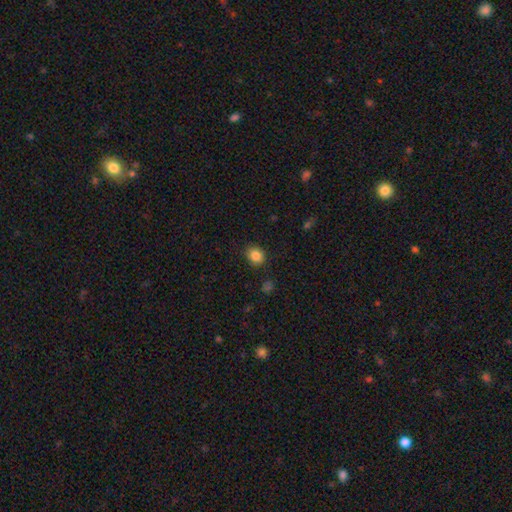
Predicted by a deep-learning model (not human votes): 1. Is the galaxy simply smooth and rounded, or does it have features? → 85% smooth, 10% star or artifact, 5% featured or disk.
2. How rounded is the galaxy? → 68% round, 31% in between, 1% cigar-shaped.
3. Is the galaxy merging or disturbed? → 87% none, 9% minor disturbance, 2% major disturbance, 1% merger.